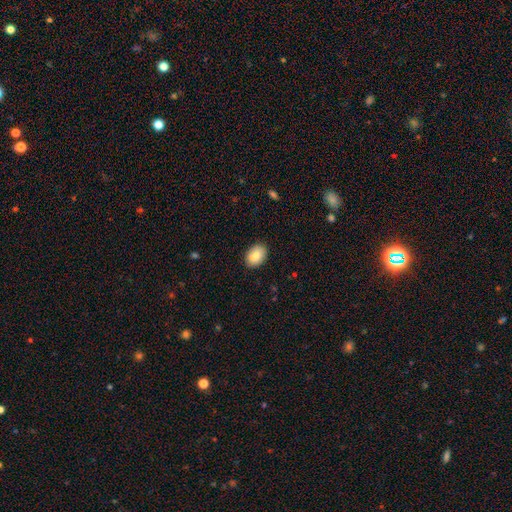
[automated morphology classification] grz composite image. It shows a smooth galaxy with no disk features (84%) that is in between round and cigar-shaped (77%). Merging: none (86%).